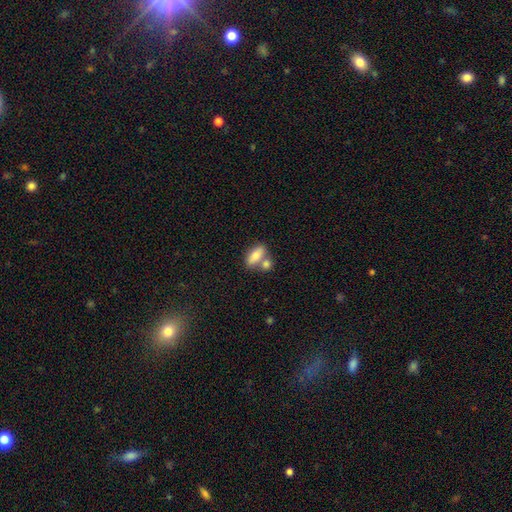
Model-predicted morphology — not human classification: A smooth galaxy with no disk features (78%) that is in between round and cigar-shaped (80%).

Vote fractions:
- Smooth or featured? smooth: 78% / featured or disk: 15% / star or artifact: 7%
- How rounded? in between: 80% / cigar-shaped: 14% / round: 6%
- Merging? none: 46% / merger: 40% / minor disturbance: 10% / major disturbance: 4%